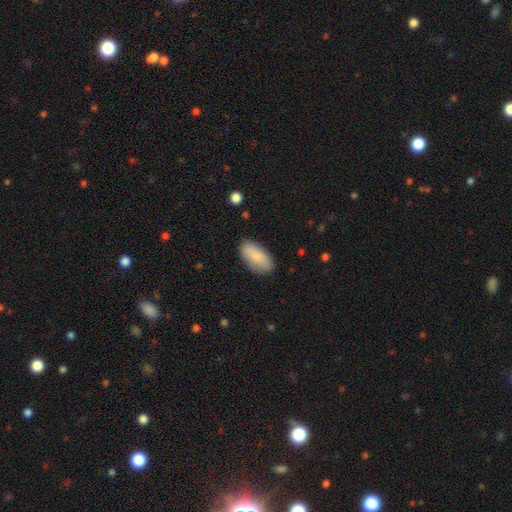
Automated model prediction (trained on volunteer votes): The model was most divided on "merging": none: 84%, minor disturbance: 12%, major disturbance: 3%, merger: 1%. More confident: how rounded — in between (90%); smooth or featured — smooth (86%).